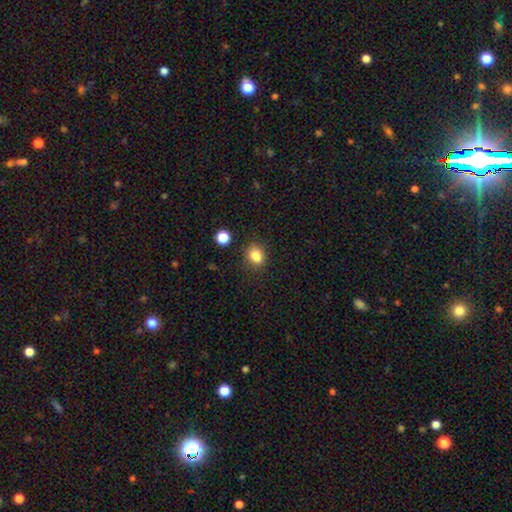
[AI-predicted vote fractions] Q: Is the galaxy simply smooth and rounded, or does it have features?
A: smooth — 82%.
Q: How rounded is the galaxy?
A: in between — 55%.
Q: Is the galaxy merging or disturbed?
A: none — 70%.